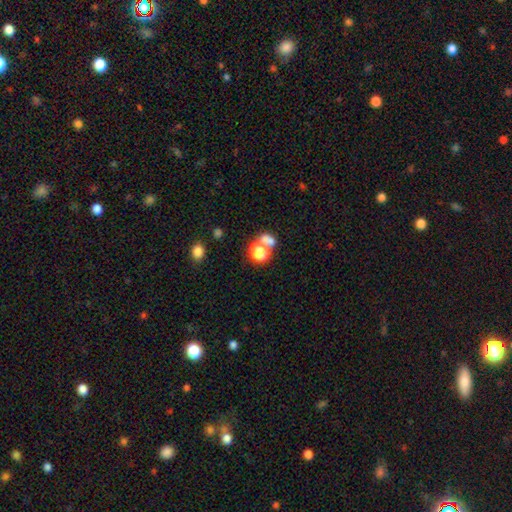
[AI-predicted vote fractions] Q: Smooth or featured?
A: smooth (56%); runner-up: star or artifact (34%)
Q: How rounded?
A: round (79%); runner-up: in between (20%)
Q: Merging?
A: none (57%); runner-up: merger (30%)